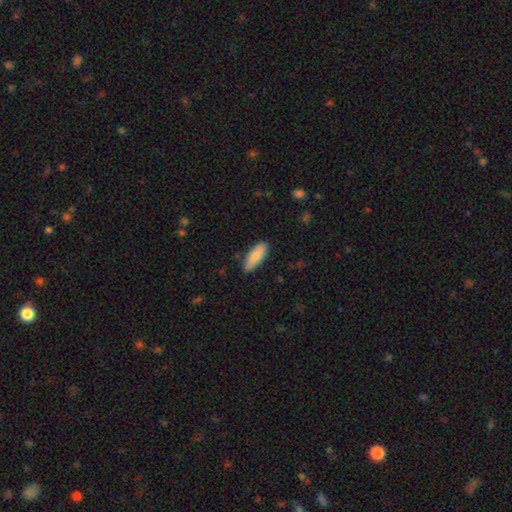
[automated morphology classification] smooth_or_featured: smooth (p=0.86) [alt: featured or disk p=0.08]
how_rounded: in between (p=0.68) [alt: cigar-shaped p=0.31]
merging: none (p=0.84) [alt: minor disturbance p=0.13]